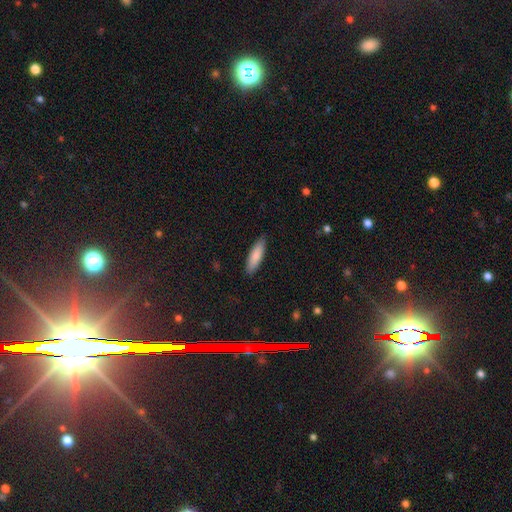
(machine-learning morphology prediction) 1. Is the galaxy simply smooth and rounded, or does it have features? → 84% smooth, 10% featured or disk, 6% star or artifact.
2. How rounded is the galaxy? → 58% cigar-shaped, 40% in between, 1% round.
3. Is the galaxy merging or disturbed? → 88% none, 9% minor disturbance, 2% major disturbance, 1% merger.